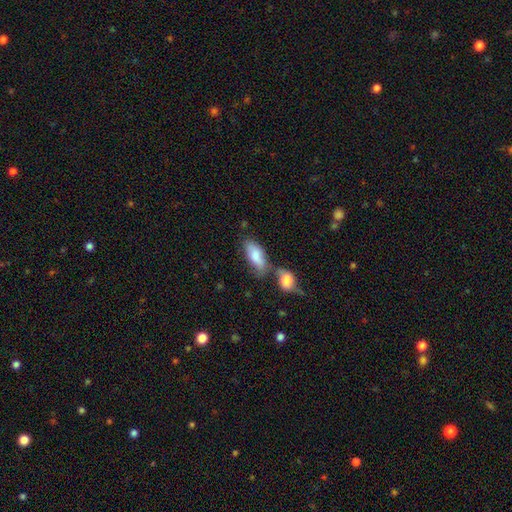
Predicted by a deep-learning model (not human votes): A smooth galaxy with no disk features (80%) that is in between round and cigar-shaped (86%).

Vote fractions:
- Smooth or featured? smooth: 80% / featured or disk: 13% / star or artifact: 6%
- How rounded? in between: 86% / cigar-shaped: 11% / round: 3%
- Merging? none: 41% / merger: 35% / minor disturbance: 17% / major disturbance: 7%